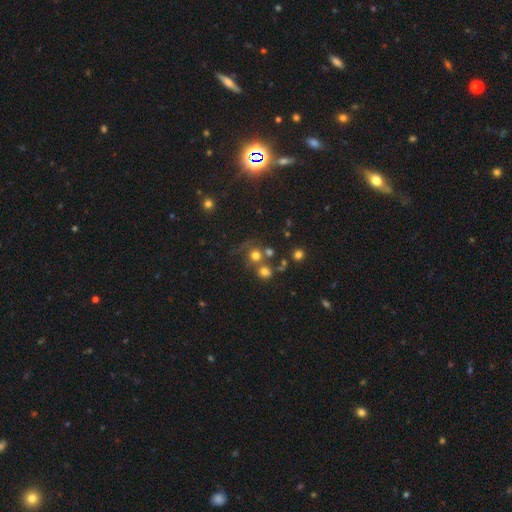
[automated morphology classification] Overall: smooth (69%). How rounded: round (89%). Merging: none (52%; merger 30%).